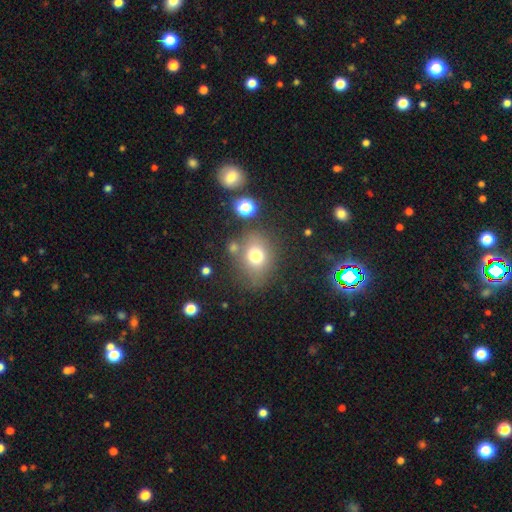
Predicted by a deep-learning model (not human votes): Q: Smooth or featured?
A: smooth (72%); runner-up: star or artifact (15%)
Q: How rounded?
A: round (59%); runner-up: in between (40%)
Q: Merging?
A: none (68%); runner-up: minor disturbance (16%)